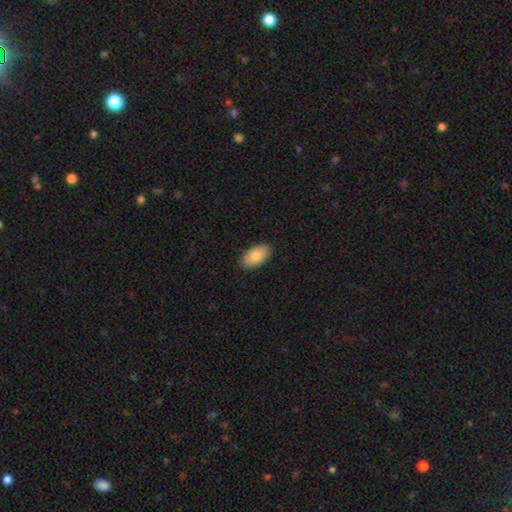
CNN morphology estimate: This is clearly a smooth galaxy (84%). How rounded: clearly in between (95%). Merging: clearly none (88%).